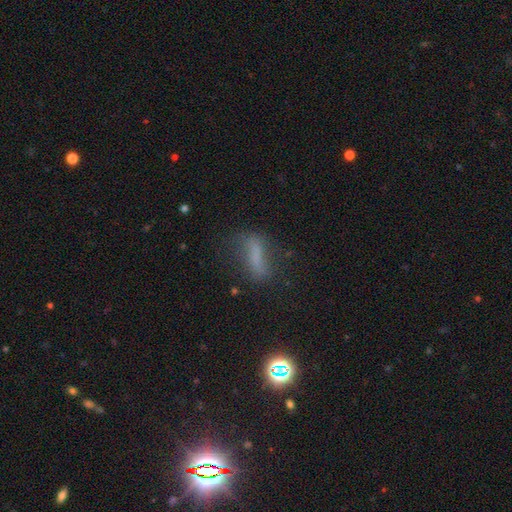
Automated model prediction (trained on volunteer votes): This appears to be a smooth galaxy with no disk features (52%) that is cigar-shaped (59%). Merging: none (58%).